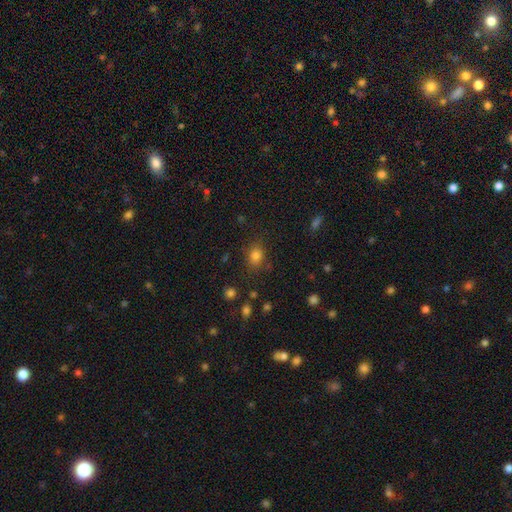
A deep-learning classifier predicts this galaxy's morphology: This is likely a smooth galaxy (80%). How rounded: possibly round (49%, tied with in between). Merging: likely none (80%).